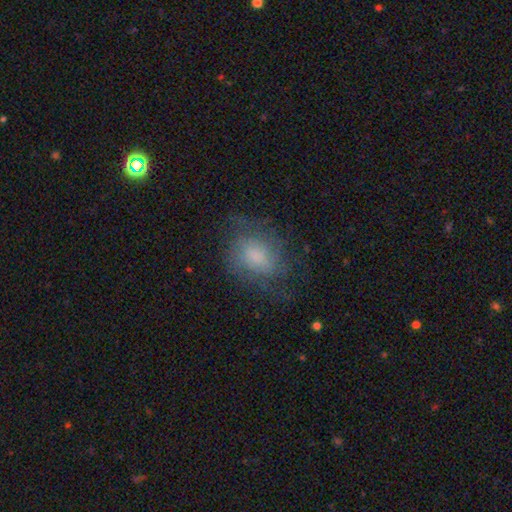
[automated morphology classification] A featured or disk galaxy (45%). Merging: none (62%).